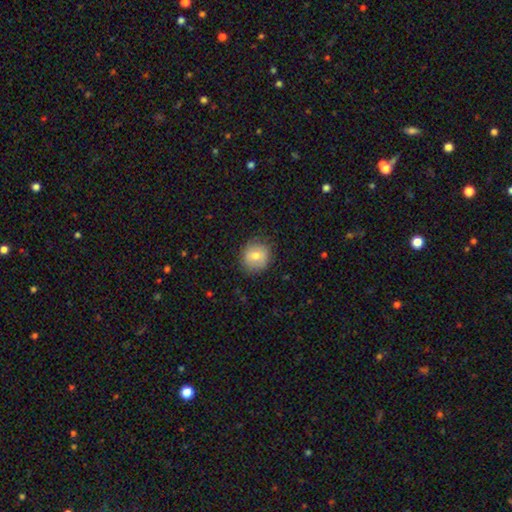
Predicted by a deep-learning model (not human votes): smooth 72%, featured or disk 20%, star or artifact 8%. Down the decision tree: how rounded — round (81%); merging — none (81%).